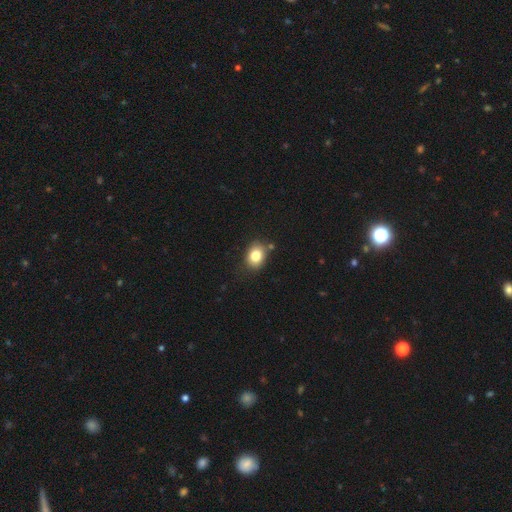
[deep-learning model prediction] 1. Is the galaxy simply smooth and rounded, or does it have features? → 81% smooth, 10% star or artifact, 9% featured or disk.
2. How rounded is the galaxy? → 58% in between, 41% round, 1% cigar-shaped.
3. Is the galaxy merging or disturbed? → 79% none, 13% minor disturbance, 5% merger, 3% major disturbance.